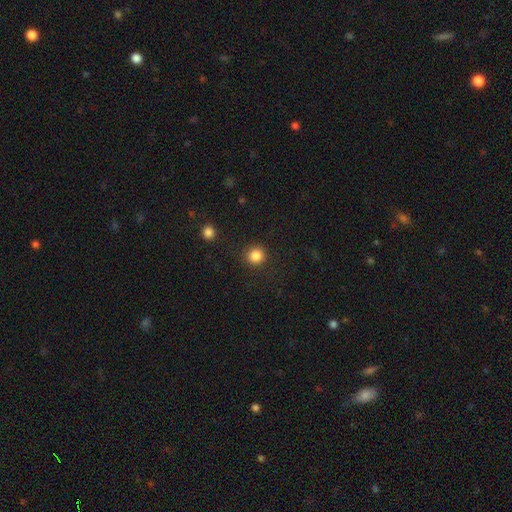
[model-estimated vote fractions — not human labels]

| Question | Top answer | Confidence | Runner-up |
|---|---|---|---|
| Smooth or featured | smooth | 85% | star or artifact (11%) |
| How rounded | round | 92% | in between (7%) |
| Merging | none | 91% | minor disturbance (6%) |